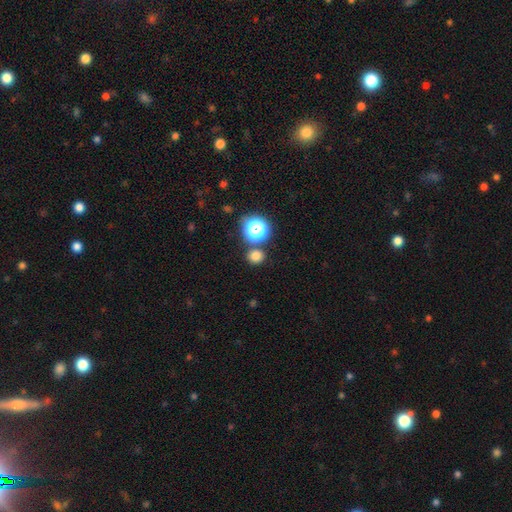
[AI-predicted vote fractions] A smooth galaxy with no disk features (75%) that is round (83%). Merging: none (79%).